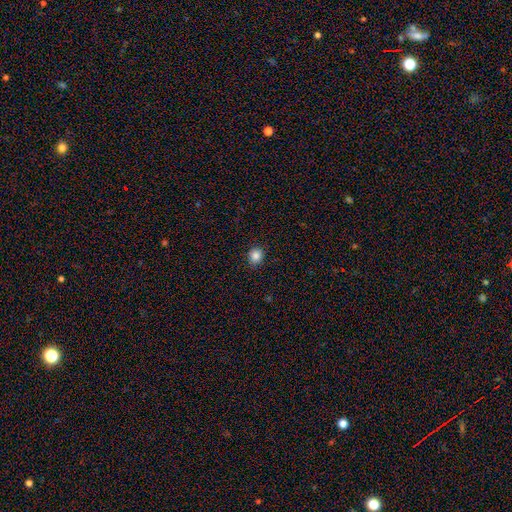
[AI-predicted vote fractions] The model was most divided on "how rounded": round: 80%, in between: 19%, cigar-shaped: 1%. More confident: merging — none (90%); smooth or featured — smooth (85%).